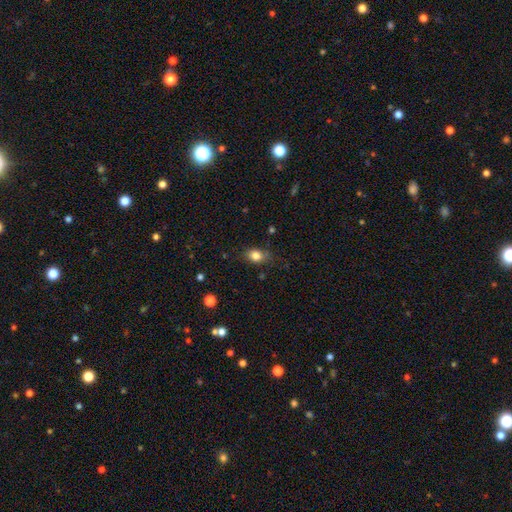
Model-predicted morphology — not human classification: Smooth or featured?
  - smooth: 82% *
  - star or artifact: 10%
  - featured or disk: 8%
How rounded?
  - in between: 66% *
  - round: 32%
  - cigar-shaped: 2%
Merging?
  - none: 75% *
  - minor disturbance: 19%
  - major disturbance: 4%
  - merger: 2%